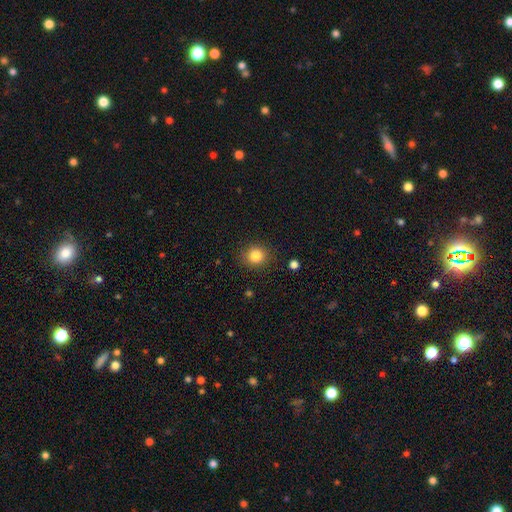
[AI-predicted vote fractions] Q: Smooth or featured?
A: smooth (84%); runner-up: star or artifact (11%)
Q: How rounded?
A: round (85%); runner-up: in between (14%)
Q: Merging?
A: none (88%); runner-up: minor disturbance (8%)